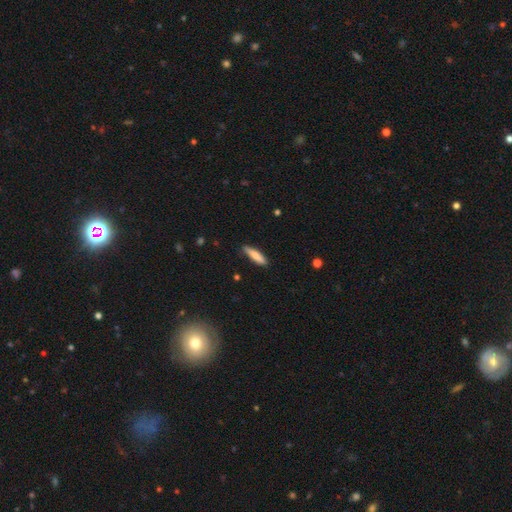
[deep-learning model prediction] This is likely a smooth galaxy (78%). How rounded: likely cigar-shaped (79%). Merging: clearly none (85%).